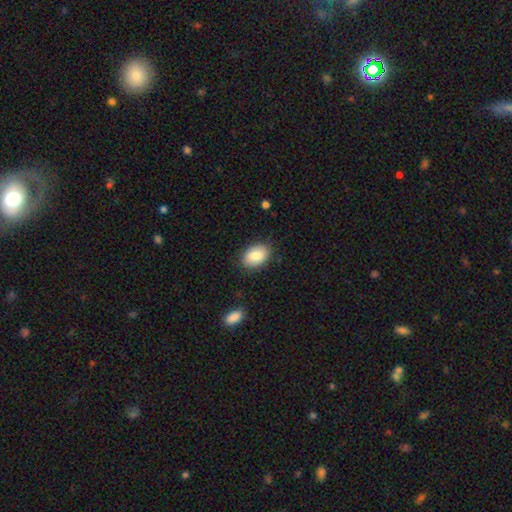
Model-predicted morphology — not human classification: Q: Smooth or featured?
A: smooth (86%); runner-up: featured or disk (8%)
Q: How rounded?
A: in between (85%); runner-up: round (14%)
Q: Merging?
A: none (83%); runner-up: minor disturbance (13%)